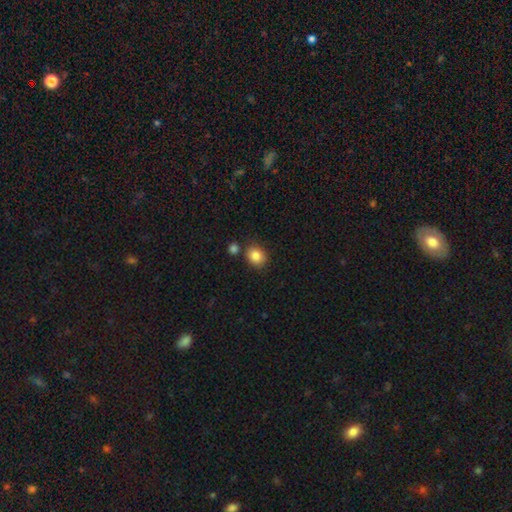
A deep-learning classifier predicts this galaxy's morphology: Smooth or featured? smooth (86%)
How rounded? round (62%)
Merging? none (78%)